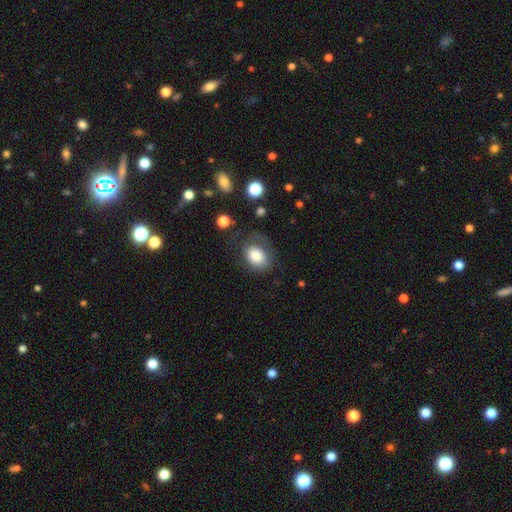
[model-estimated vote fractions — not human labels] Overall: smooth (78%). How rounded: in between (62%; round 37%). Merging: none (54%; minor disturbance 25%).